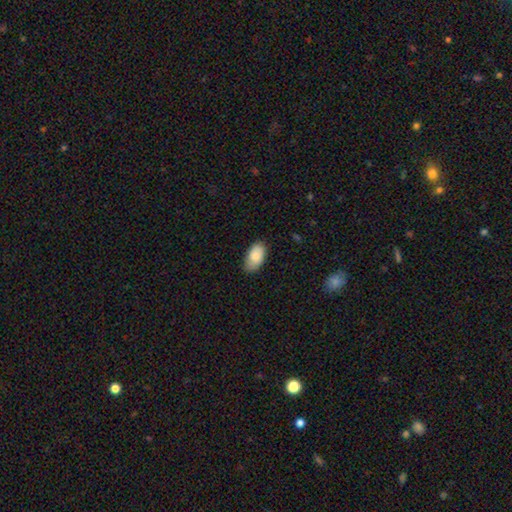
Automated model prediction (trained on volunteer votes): Q: Smooth or featured?
A: smooth (83%); runner-up: featured or disk (11%)
Q: How rounded?
A: in between (95%); runner-up: round (4%)
Q: Merging?
A: none (78%); runner-up: minor disturbance (19%)